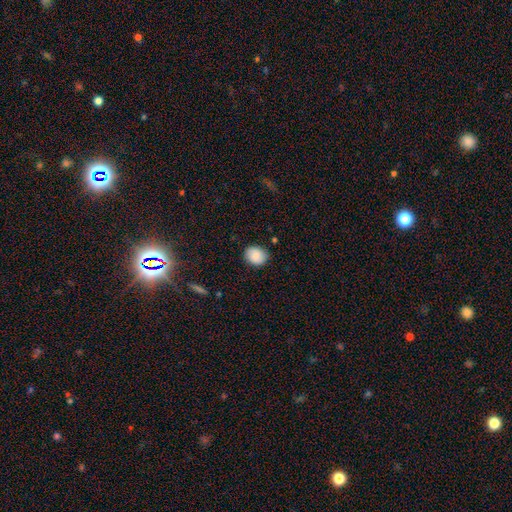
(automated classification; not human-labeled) The model was most divided on "how rounded": round: 62%, in between: 38%, cigar-shaped: 1%. More confident: merging — none (84%); smooth or featured — smooth (84%).